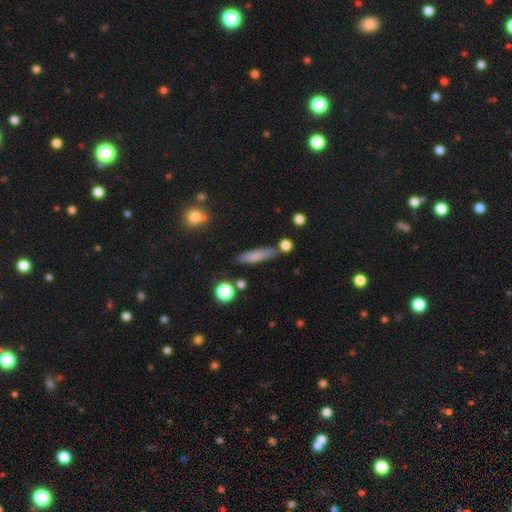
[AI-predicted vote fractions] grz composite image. It shows a smooth galaxy with no disk features (75%) that is cigar-shaped (79%). Merging: none (75%).